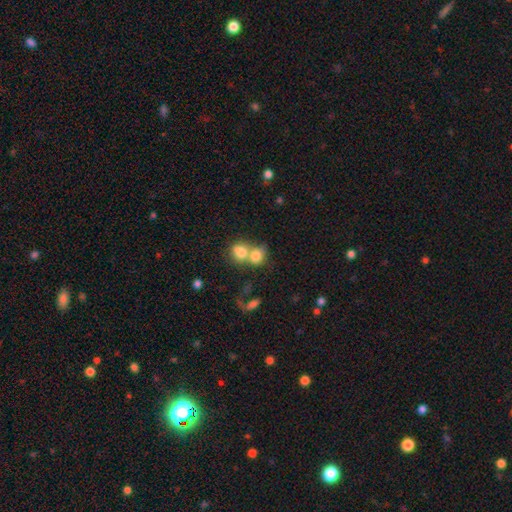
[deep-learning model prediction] A smooth galaxy with no disk features (76%) that is round (58%). Merging: merger (67%).